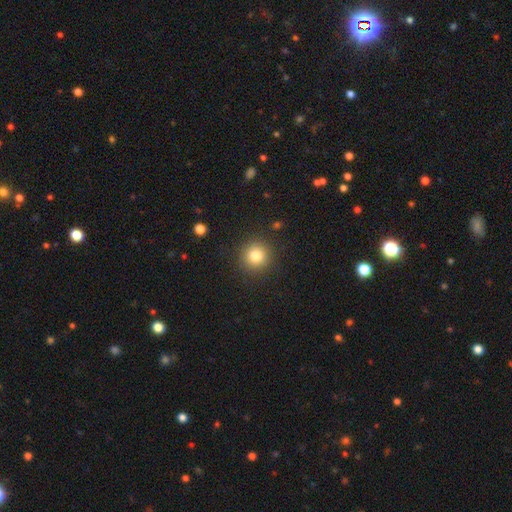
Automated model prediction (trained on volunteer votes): Smooth or featured? Predicted: smooth (p=0.81). How rounded? Predicted: round (p=0.94). Merging? Predicted: none (p=0.90).